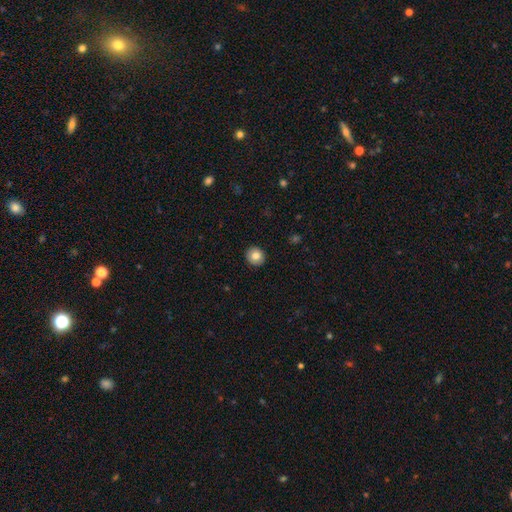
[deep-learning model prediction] Overall: smooth (81%). How rounded: round (89%). Merging: none (92%).